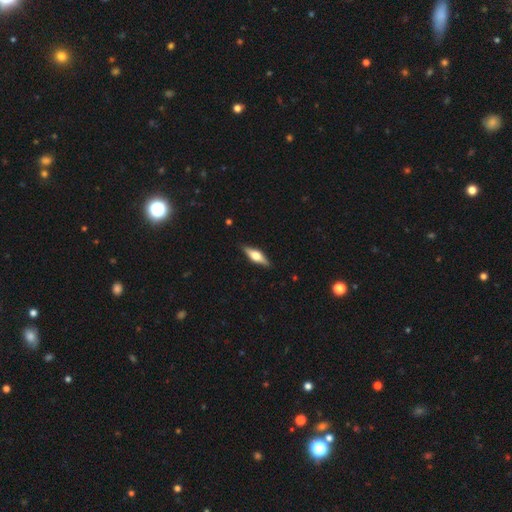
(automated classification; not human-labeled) featured or disk 59%, smooth 35%, star or artifact 6%. Down the decision tree: edge-on disk — yes (95%); edge-on bulge — rounded (93%); merging — none (88%).